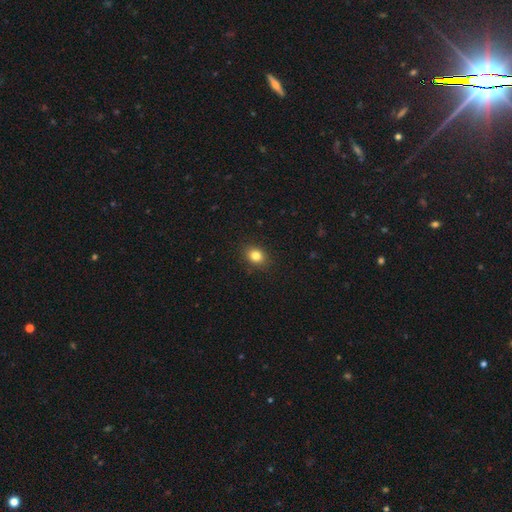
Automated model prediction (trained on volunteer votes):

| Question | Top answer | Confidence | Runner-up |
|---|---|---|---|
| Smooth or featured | smooth | 83% | star or artifact (11%) |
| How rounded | in between | 52% | round (47%) |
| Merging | none | 89% | minor disturbance (8%) |